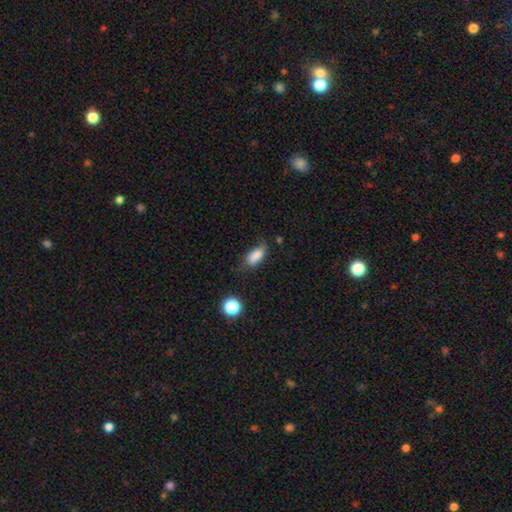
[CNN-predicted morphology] A smooth galaxy with no disk features (82%) that is in between round and cigar-shaped (85%). Merging: none (50%).